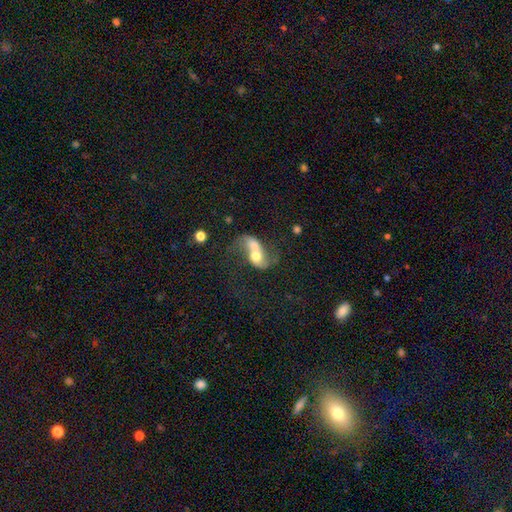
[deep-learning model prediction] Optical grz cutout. It shows a featured or disk galaxy (57%) with no bar (66%), spiral arms (68%) and a moderate central bulge (57%). Merging: merger (64%).